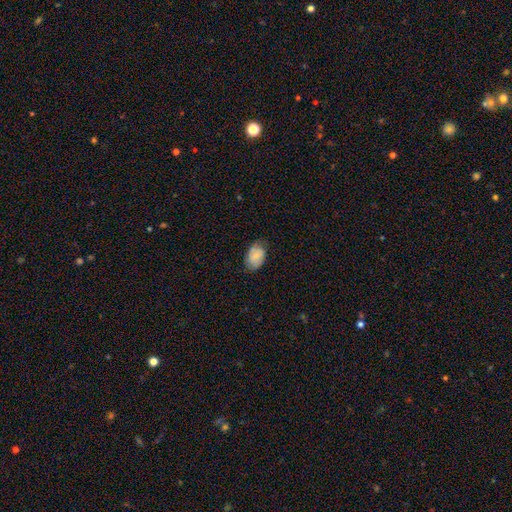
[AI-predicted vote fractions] smooth-or-featured: smooth: 76% | featured or disk: 17% | star or artifact: 7%
  how-rounded: in between: 87% | round: 12% | cigar-shaped: 1%
  merging: none: 69% | minor disturbance: 25% | major disturbance: 5% | merger: 1%